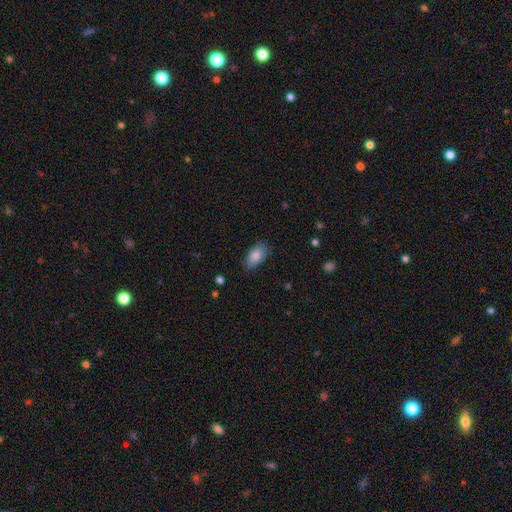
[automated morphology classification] smooth_or_featured: smooth (p=0.86) [alt: featured or disk p=0.07]
how_rounded: in between (p=0.92) [alt: round p=0.05]
merging: none (p=0.80) [alt: minor disturbance p=0.16]